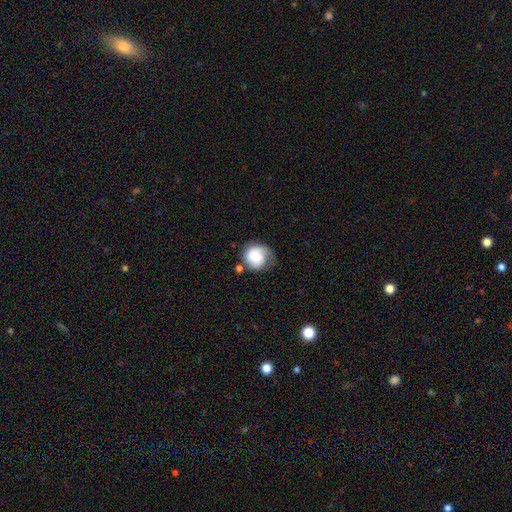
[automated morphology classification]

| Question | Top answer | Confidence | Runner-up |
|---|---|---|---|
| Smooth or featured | smooth | 66% | featured or disk (26%) |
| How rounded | round | 84% | in between (16%) |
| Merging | none | 43% | minor disturbance (31%) |